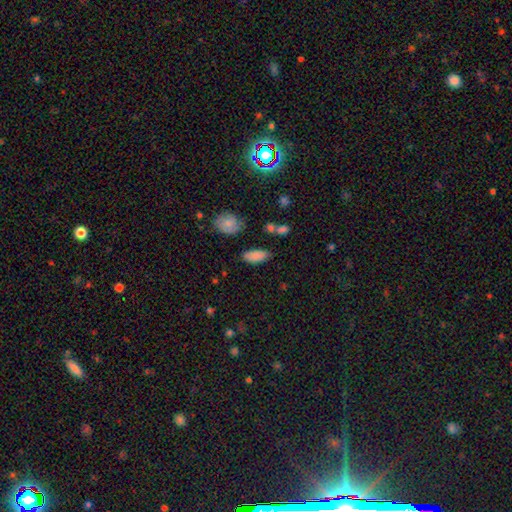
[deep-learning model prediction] Overall: smooth (82%). How rounded: in between (88%). Merging: none (74%).